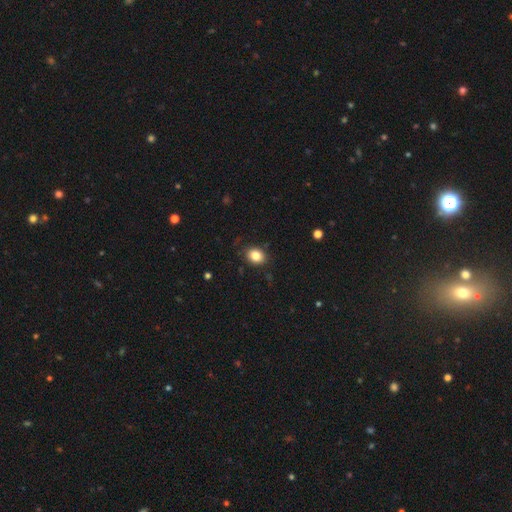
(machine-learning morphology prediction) Overall: smooth (84%). How rounded: in between (54%; round 45%). Merging: none (85%).